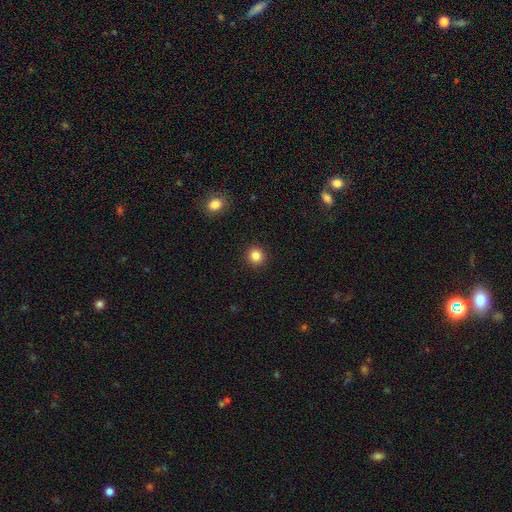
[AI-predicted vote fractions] smooth-or-featured: smooth: 85% | star or artifact: 11% | featured or disk: 4%
  how-rounded: round: 91% | in between: 8% | cigar-shaped: 1%
  merging: none: 92% | minor disturbance: 5% | major disturbance: 2% | merger: 1%